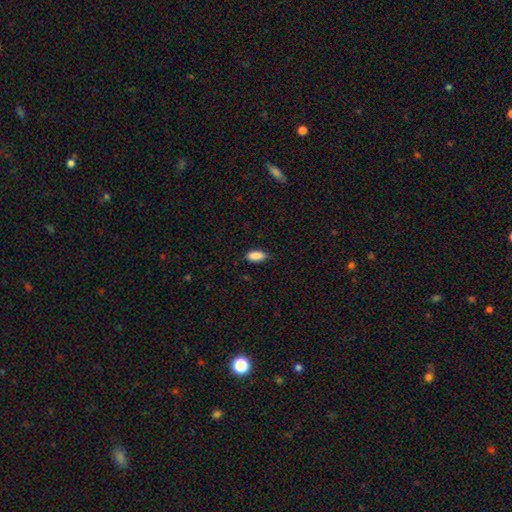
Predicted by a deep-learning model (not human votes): A smooth galaxy with no disk features (89%) that is in between round and cigar-shaped (87%). Merging: none (77%).